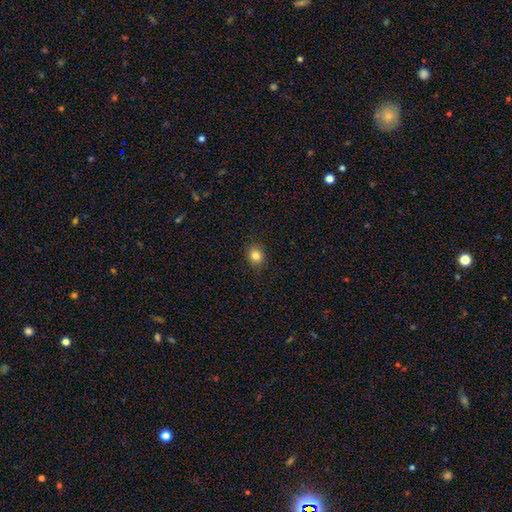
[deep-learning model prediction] Smooth or featured? smooth (82%)
How rounded? round (72%)
Merging? none (89%)